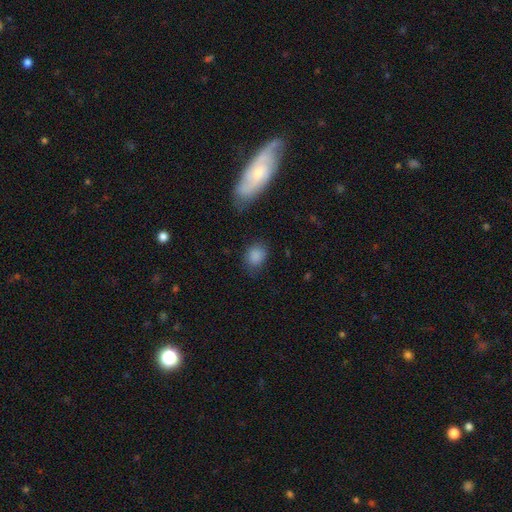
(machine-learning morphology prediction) Smooth or featured?
  - smooth: 86% *
  - star or artifact: 10%
  - featured or disk: 5%
How rounded?
  - round: 54% *
  - in between: 44%
  - cigar-shaped: 1%
Merging?
  - none: 73% *
  - minor disturbance: 19%
  - major disturbance: 6%
  - merger: 3%